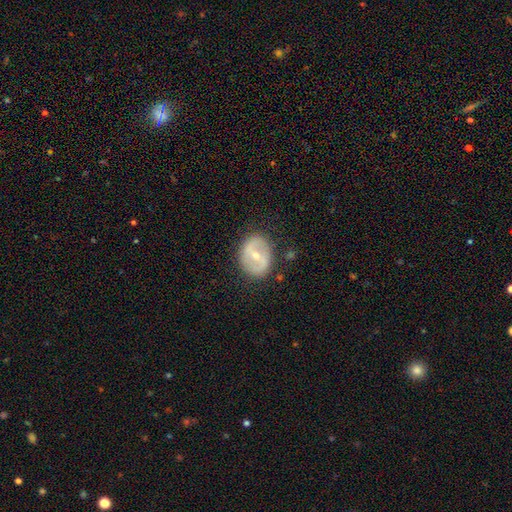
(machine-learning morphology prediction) The model was most divided on "bulge size": small: 49%, moderate: 48%, large: 1%, none: 1%, dominant: 1%. Remaining: edge-on disk — no (95%); merging — none (82%); smooth or featured — featured or disk (64%); spiral arms — no (58%); bar — strong (42%).